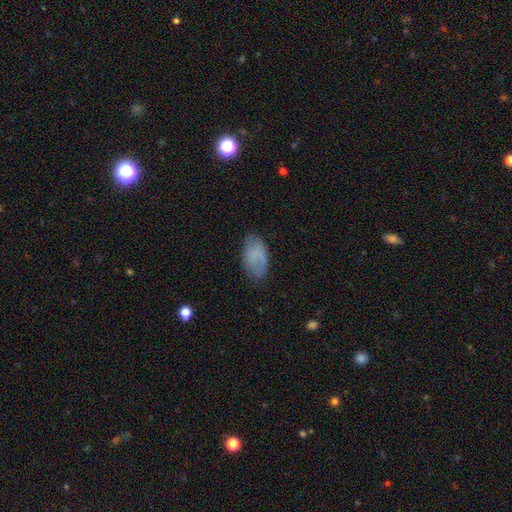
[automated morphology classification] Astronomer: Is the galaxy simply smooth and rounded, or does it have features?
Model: smooth — 75%.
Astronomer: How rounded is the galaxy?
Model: in between — 94%.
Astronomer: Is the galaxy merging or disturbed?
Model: none — 73%.